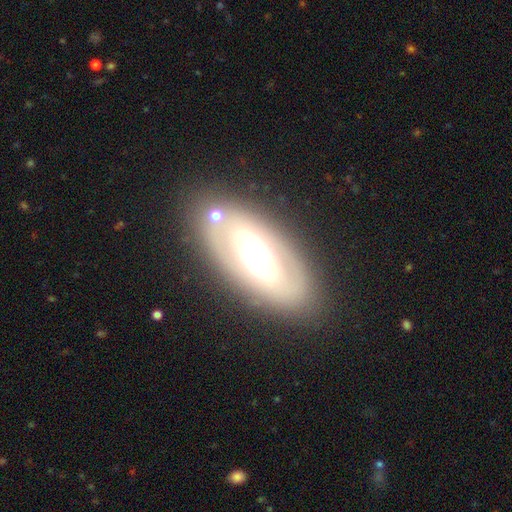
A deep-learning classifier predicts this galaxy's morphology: smooth-or-featured: featured or disk: 70% | smooth: 23% | star or artifact: 7%
  disk-edge-on: no: 88% | yes: 12%
    bar: no: 54% | weak: 28% | strong: 19%
    has-spiral-arms: yes: 53% | no: 47%
    bulge-size: moderate: 43% | large: 41% | small: 8% | dominant: 7% | none: 2%
  merging: none: 79% | minor disturbance: 12% | major disturbance: 6% | merger: 3%